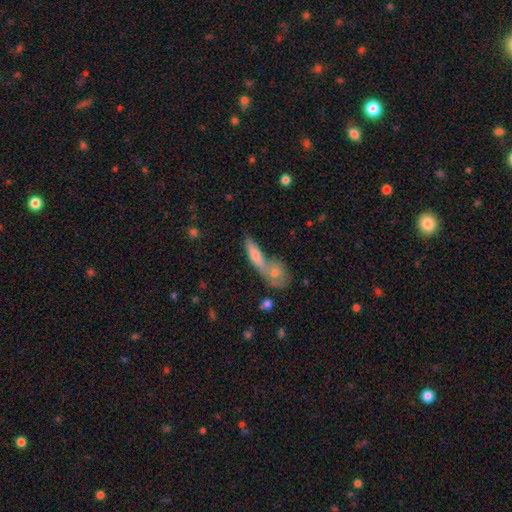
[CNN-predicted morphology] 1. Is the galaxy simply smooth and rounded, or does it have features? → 59% smooth, 32% featured or disk, 9% star or artifact.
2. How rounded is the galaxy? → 69% cigar-shaped, 26% in between, 5% round.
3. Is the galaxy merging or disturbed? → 46% merger, 40% none, 9% minor disturbance, 4% major disturbance.